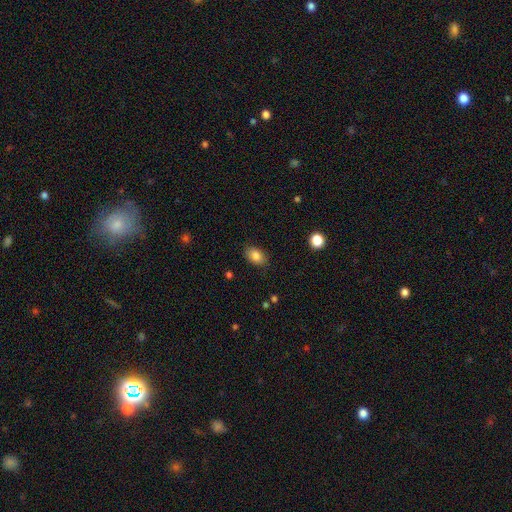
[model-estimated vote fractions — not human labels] The model was most divided on "how rounded": in between: 83%, round: 16%, cigar-shaped: 1%. More confident: merging — none (85%); smooth or featured — smooth (84%).